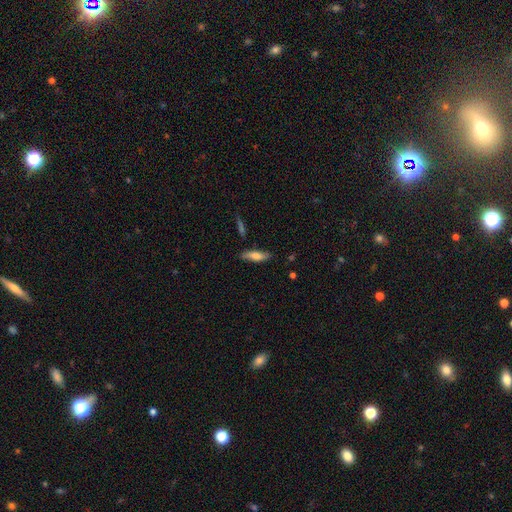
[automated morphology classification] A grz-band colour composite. It shows a smooth galaxy with no disk features (66%) that is cigar-shaped (49%, tied with in between). Merging: none (80%).